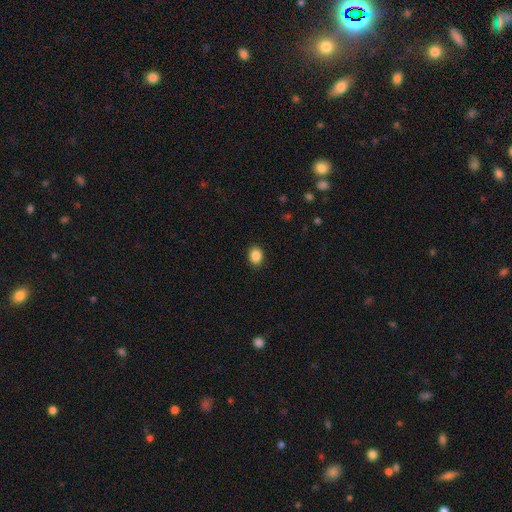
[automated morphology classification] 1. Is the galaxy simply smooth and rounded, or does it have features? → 88% smooth, 9% star or artifact, 3% featured or disk.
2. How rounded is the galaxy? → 52% round, 47% in between, 1% cigar-shaped.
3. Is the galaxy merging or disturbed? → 90% none, 7% minor disturbance, 2% major disturbance, 1% merger.